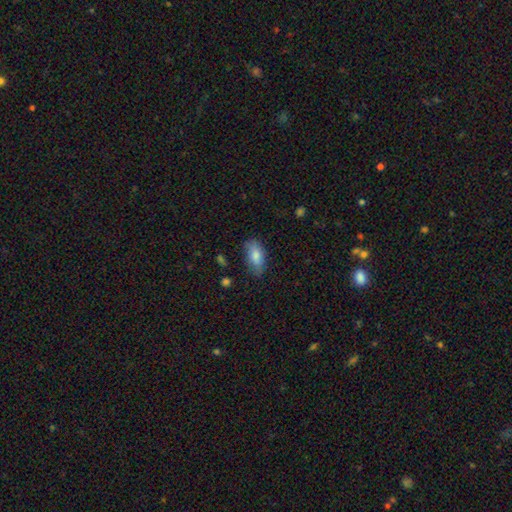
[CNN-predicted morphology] Smooth or featured? smooth (81%)
How rounded? in between (88%)
Merging? none (74%)